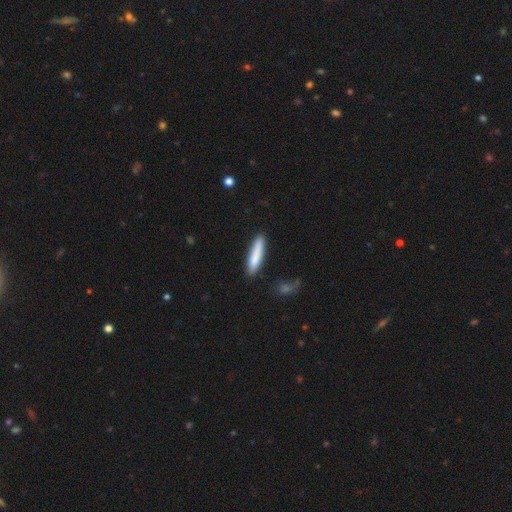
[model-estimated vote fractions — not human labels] This is clearly a smooth galaxy (82%). How rounded: clearly cigar-shaped (85%). Merging: clearly none (82%).